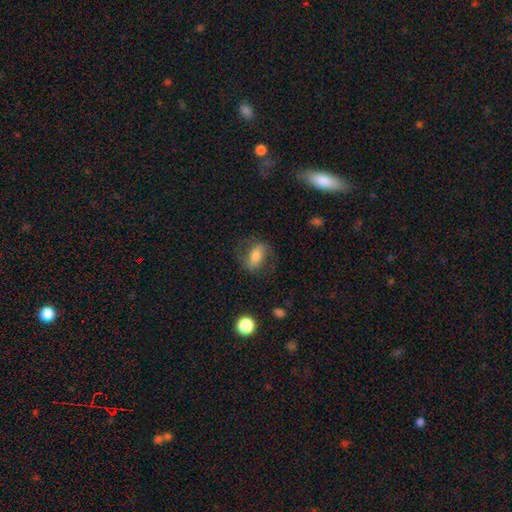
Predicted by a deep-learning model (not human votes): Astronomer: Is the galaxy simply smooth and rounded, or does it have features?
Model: smooth — 50% (runner-up: featured or disk, 41%).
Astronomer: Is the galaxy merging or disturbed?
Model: none — 70%.